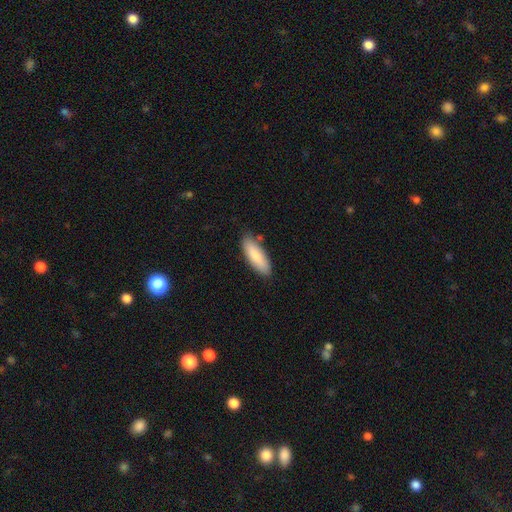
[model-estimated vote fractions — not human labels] smooth_or_featured: smooth (p=0.83) [alt: featured or disk p=0.11]
how_rounded: in between (p=0.60) [alt: cigar-shaped p=0.38]
merging: none (p=0.81) [alt: minor disturbance p=0.14]